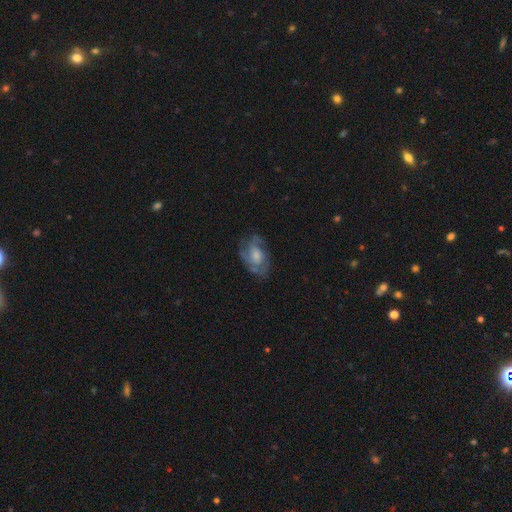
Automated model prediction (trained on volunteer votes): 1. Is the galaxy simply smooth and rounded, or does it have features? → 70% featured or disk, 23% smooth, 7% star or artifact.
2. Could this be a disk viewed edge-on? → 97% no, 3% yes.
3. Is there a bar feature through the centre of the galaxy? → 72% no, 24% weak, 4% strong.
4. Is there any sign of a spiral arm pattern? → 84% yes, 16% no.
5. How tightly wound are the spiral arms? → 45% medium, 38% tight, 17% loose.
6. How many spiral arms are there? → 37% 2, 29% can't tell, 20% 3, 5% 1, 5% 4, 4% more than 4.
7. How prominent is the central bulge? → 44% moderate, 33% small, 13% large, 8% none, 2% dominant.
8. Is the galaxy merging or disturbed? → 63% none, 22% minor disturbance, 13% major disturbance, 2% merger.